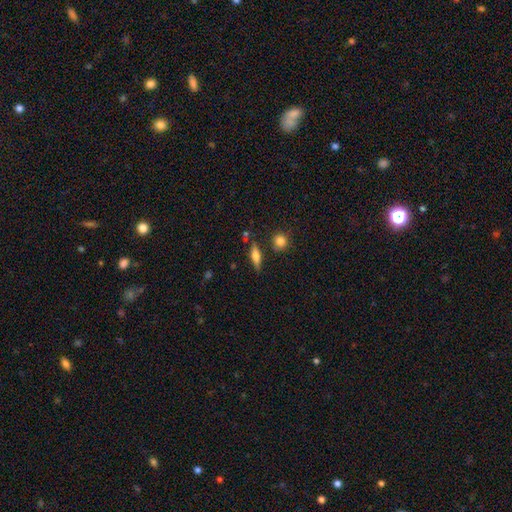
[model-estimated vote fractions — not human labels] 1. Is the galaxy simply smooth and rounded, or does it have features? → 51% smooth, 41% featured or disk, 8% star or artifact.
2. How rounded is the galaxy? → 48% cigar-shaped, 46% in between, 5% round.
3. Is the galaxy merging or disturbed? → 77% none, 13% minor disturbance, 6% merger, 4% major disturbance.